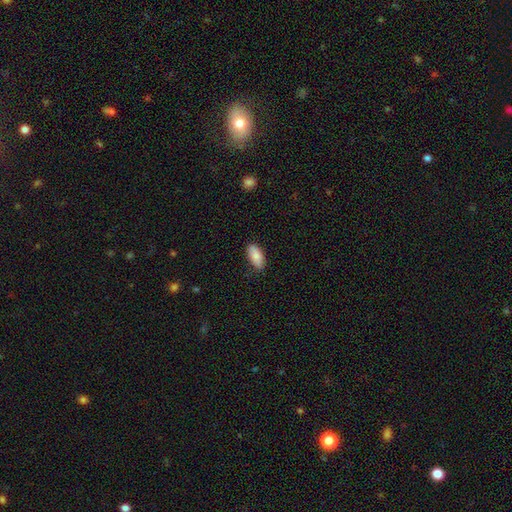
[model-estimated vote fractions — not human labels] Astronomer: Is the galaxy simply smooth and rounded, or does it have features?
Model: smooth — 86%.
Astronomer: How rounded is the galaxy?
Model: in between — 90%.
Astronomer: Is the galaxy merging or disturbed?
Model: none — 84%.